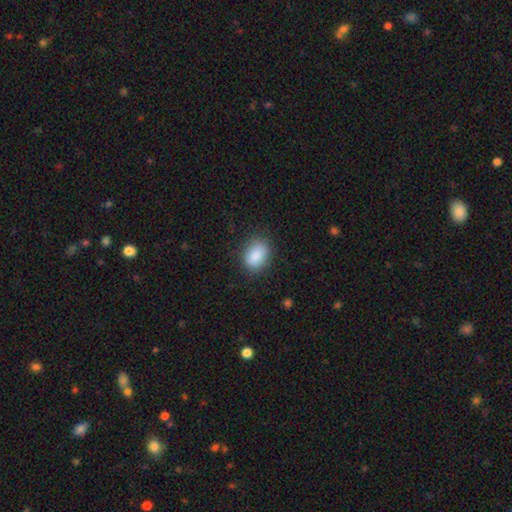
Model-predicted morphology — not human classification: Smooth or featured: smooth — 88% (star or artifact — 7%)
How rounded: in between — 80% (round — 18%)
Merging: none — 82% (minor disturbance — 13%)